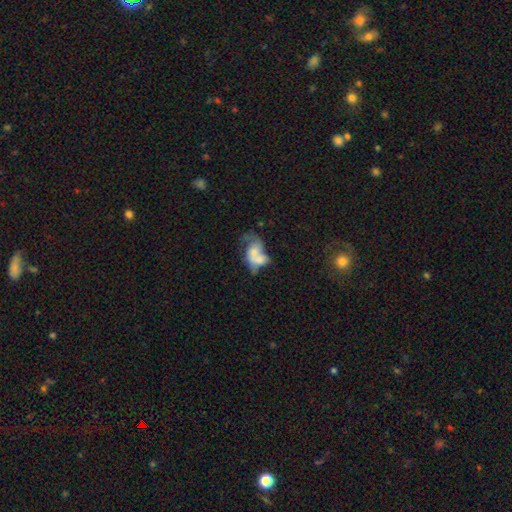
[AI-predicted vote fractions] Overall: smooth (53%; featured or disk 37%). How rounded: in between (82%). Merging: merger (63%).